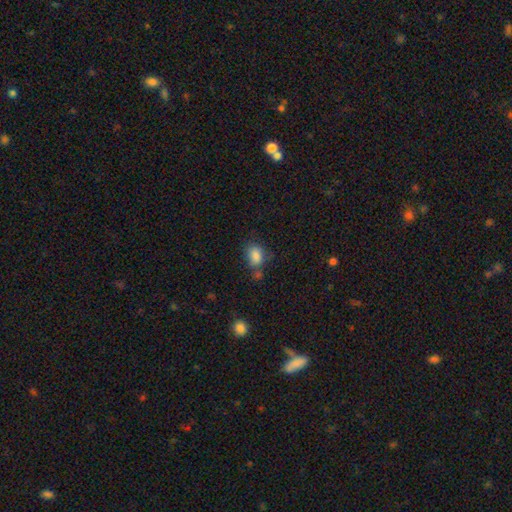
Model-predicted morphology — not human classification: type=smooth (84%); roundness=in between (74%); merging=none (58%).